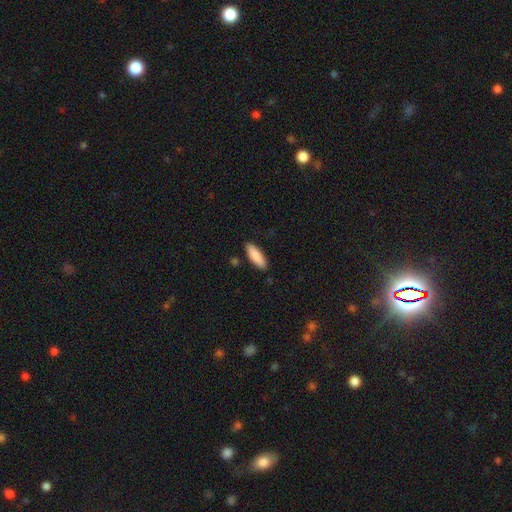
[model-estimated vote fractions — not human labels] smooth-or-featured: smooth: 88% | featured or disk: 7% | star or artifact: 6%
  how-rounded: in between: 59% | cigar-shaped: 40% | round: 2%
  merging: none: 87% | minor disturbance: 9% | merger: 2% | major disturbance: 2%